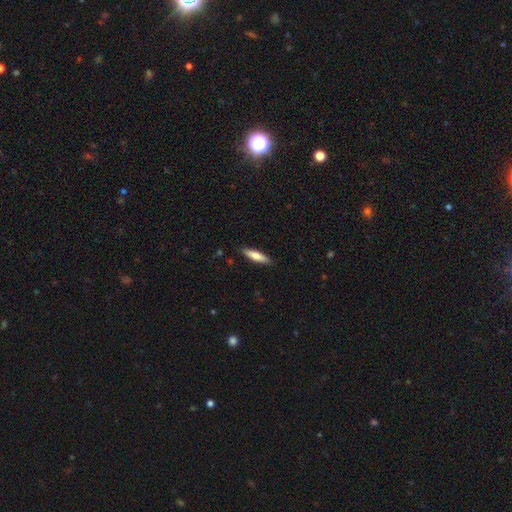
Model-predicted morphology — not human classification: smooth-or-featured: smooth: 69% | featured or disk: 25% | star or artifact: 6%
  how-rounded: cigar-shaped: 76% | in between: 22% | round: 2%
  merging: none: 88% | minor disturbance: 9% | major disturbance: 2% | merger: 1%